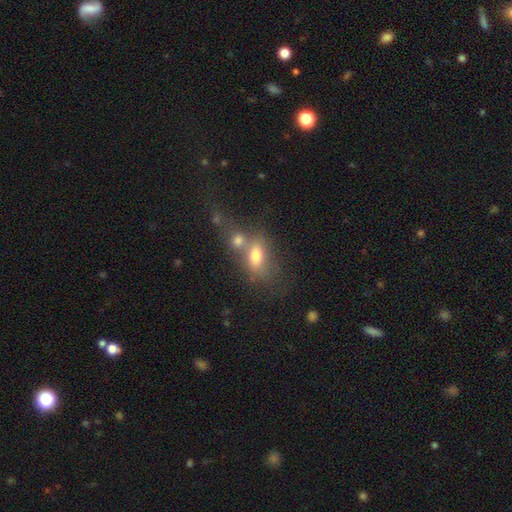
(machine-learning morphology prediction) This appears to be a smooth galaxy with no disk features (70%) that is in between round and cigar-shaped (78%). Merging: merger (53%).